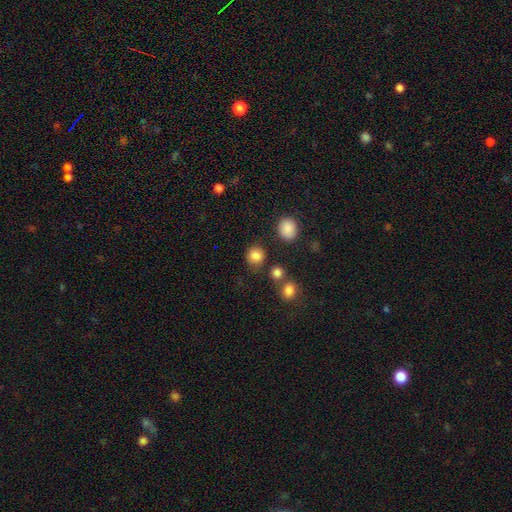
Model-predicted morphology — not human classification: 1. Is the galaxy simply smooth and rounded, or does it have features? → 84% smooth, 12% star or artifact, 4% featured or disk.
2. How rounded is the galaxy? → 87% round, 12% in between, 1% cigar-shaped.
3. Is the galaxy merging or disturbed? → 81% none, 9% minor disturbance, 6% merger, 4% major disturbance.